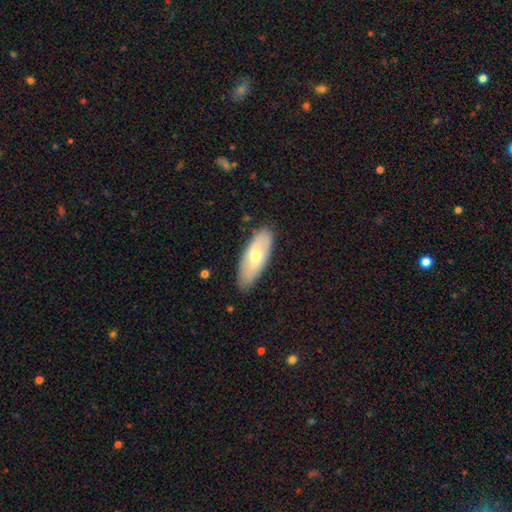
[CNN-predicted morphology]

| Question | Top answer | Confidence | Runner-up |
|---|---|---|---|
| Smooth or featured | smooth | 54% | featured or disk (40%) |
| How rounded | in between | 75% | cigar-shaped (23%) |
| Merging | none | 84% | minor disturbance (13%) |